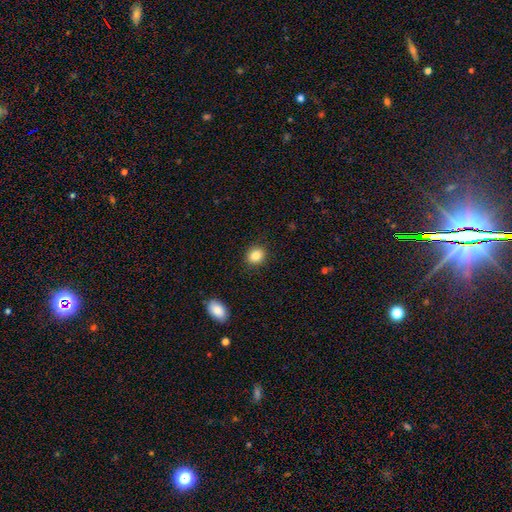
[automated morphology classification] Q: Smooth or featured?
A: smooth (85%); runner-up: star or artifact (10%)
Q: How rounded?
A: round (77%); runner-up: in between (22%)
Q: Merging?
A: none (90%); runner-up: minor disturbance (6%)